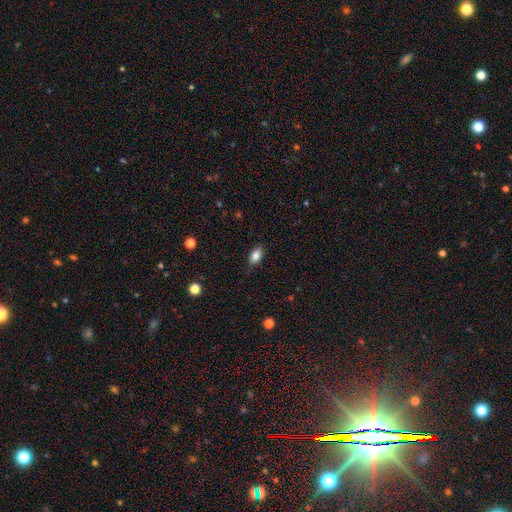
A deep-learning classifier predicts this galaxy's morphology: Smooth or featured? Predicted: smooth (p=0.85). How rounded? Predicted: in between (p=0.90). Merging? Predicted: none (p=0.83).